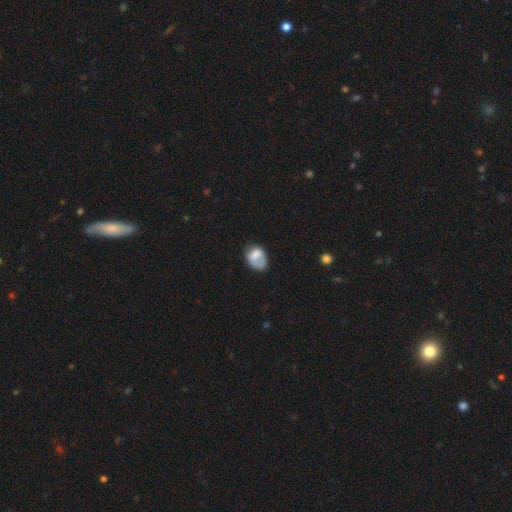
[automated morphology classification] Q: Smooth or featured?
A: smooth (67%); runner-up: featured or disk (25%)
Q: How rounded?
A: in between (69%); runner-up: round (30%)
Q: Merging?
A: none (38%); runner-up: minor disturbance (32%)